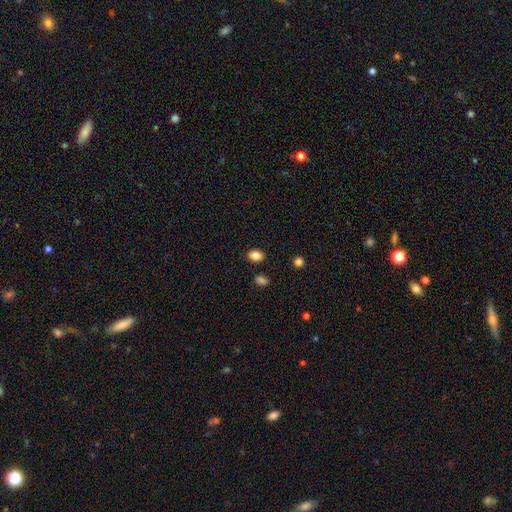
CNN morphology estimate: Smooth or featured? Predicted: smooth (p=0.85). How rounded? Predicted: in between (p=0.72). Merging? Predicted: none (p=0.86).